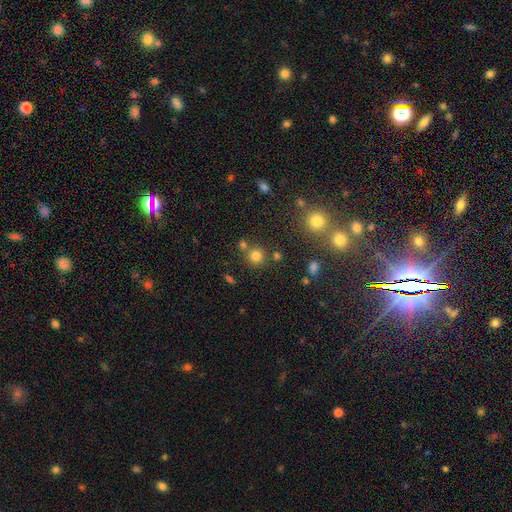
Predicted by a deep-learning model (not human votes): A smooth galaxy with no disk features (76%) that is round (90%). Merging: none (71%).